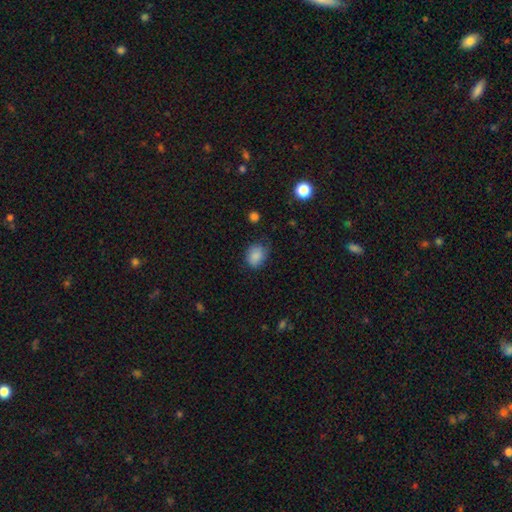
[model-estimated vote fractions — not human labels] This appears to be a smooth galaxy with no disk features (86%) that is in between round and cigar-shaped (51%). Merging: none (70%).